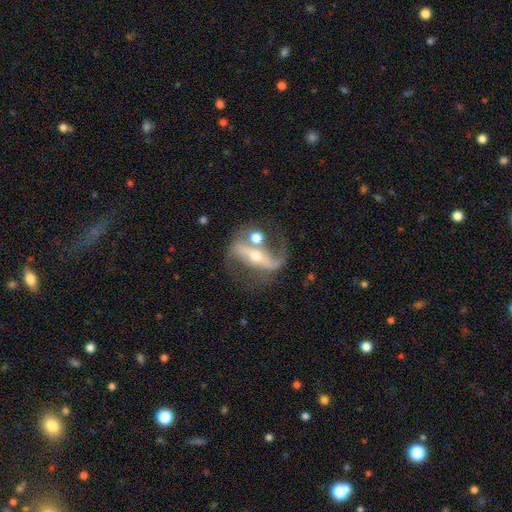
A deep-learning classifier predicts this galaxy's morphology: Smooth or featured?
  - featured or disk: 85% *
  - smooth: 9%
  - star or artifact: 6%
Edge-on disk?
  - no: 84% *
  - yes: 16%
Bar?
  - strong: 67% *
  - weak: 17%
  - no: 16%
Spiral arms?
  - yes: 87% *
  - no: 13%
Spiral winding?
  - loose: 56% *
  - medium: 32%
  - tight: 11%
Spiral arm count?
  - 2: 80% *
  - 1: 12%
  - can't tell: 5%
  - 3: 1%
  - 4: 1%
  - more than 4: 1%
Bulge size?
  - moderate: 52% *
  - small: 42%
  - large: 3%
  - none: 2%
  - dominant: 1%
Merging?
  - none: 49% *
  - merger: 20%
  - major disturbance: 16%
  - minor disturbance: 15%